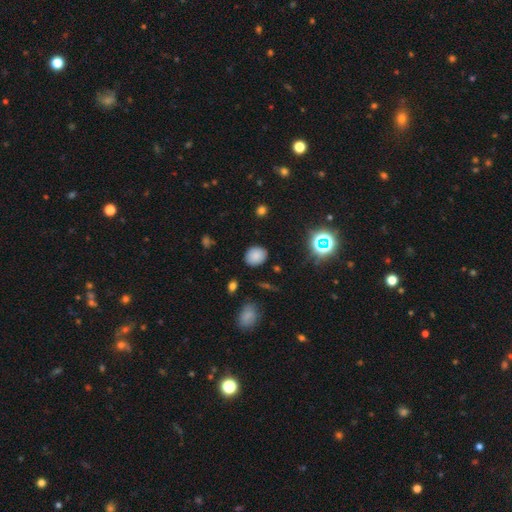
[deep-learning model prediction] A smooth galaxy with no disk features (80%) that is round (70%).

Vote fractions:
- Smooth or featured? smooth: 80% / star or artifact: 14% / featured or disk: 6%
- How rounded? round: 70% / in between: 29% / cigar-shaped: 1%
- Merging? none: 86% / minor disturbance: 10% / major disturbance: 3% / merger: 2%